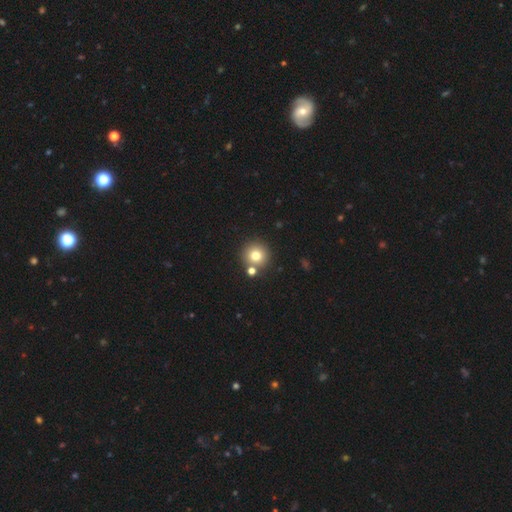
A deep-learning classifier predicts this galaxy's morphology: This appears to be a smooth galaxy with no disk features (77%) that is round (94%). Merging: none (78%).